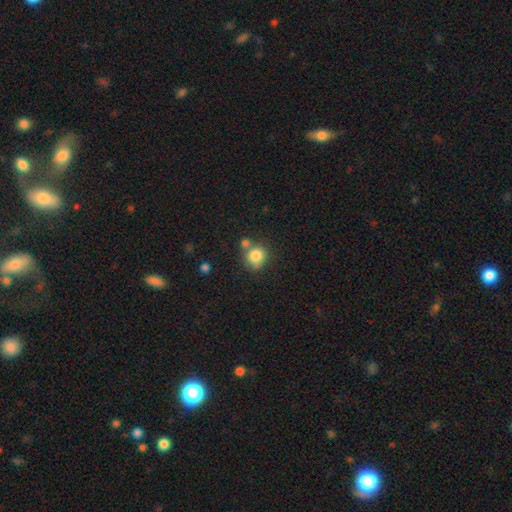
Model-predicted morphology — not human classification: This is clearly a smooth galaxy (82%). How rounded: clearly round (82%). Merging: possibly none (57%).